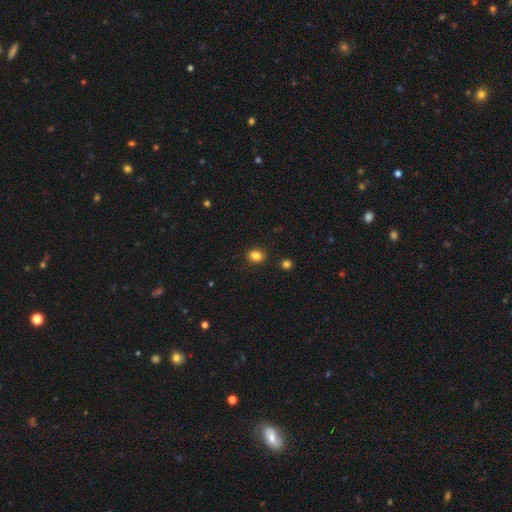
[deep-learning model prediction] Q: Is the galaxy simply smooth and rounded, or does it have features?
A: smooth — 85%.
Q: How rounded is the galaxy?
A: in between — 54%.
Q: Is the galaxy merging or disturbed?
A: none — 87%.